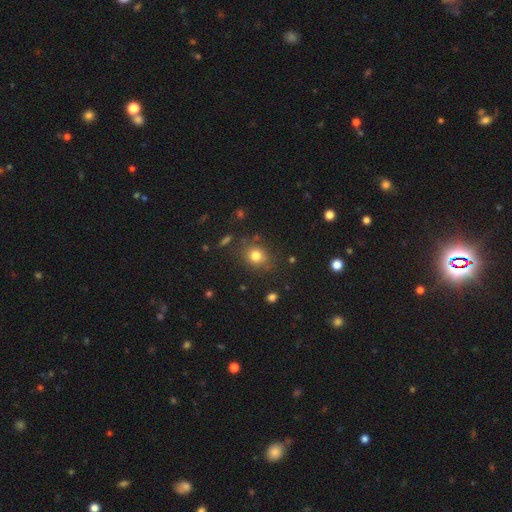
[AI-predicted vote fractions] smooth-or-featured: smooth: 79% | star or artifact: 13% | featured or disk: 8%
  how-rounded: round: 73% | in between: 26% | cigar-shaped: 1%
  merging: none: 80% | minor disturbance: 12% | major disturbance: 4% | merger: 4%